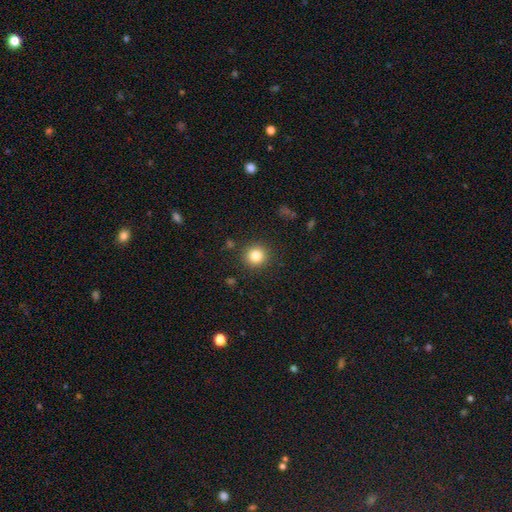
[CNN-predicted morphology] The model was most divided on "smooth or featured": smooth: 83%, star or artifact: 12%, featured or disk: 6%. More confident: how rounded — round (93%); merging — none (90%).